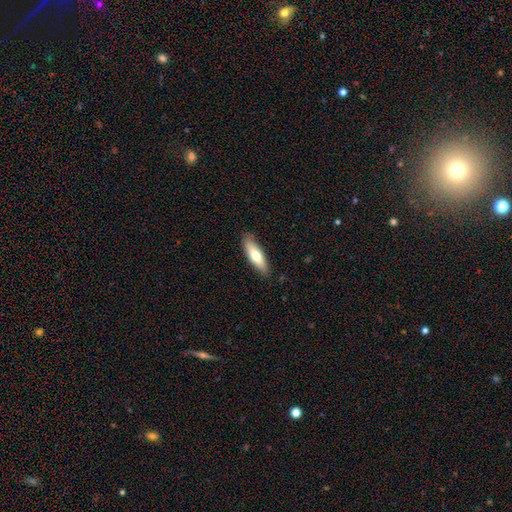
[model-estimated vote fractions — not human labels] Morphology: type=smooth (66%); roundness=cigar-shaped (56%); merging=none (86%).